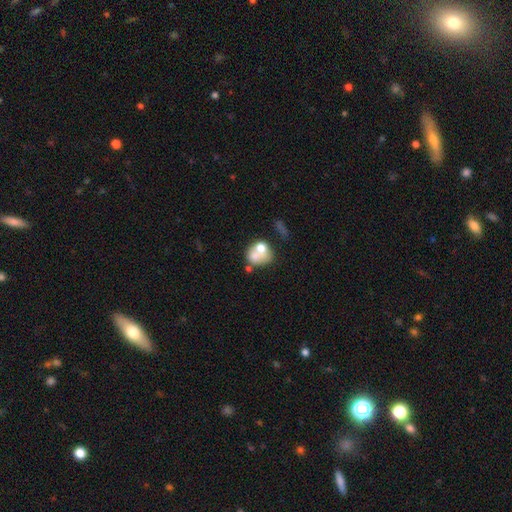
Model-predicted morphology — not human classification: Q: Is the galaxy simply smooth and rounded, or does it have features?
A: smooth — 62%.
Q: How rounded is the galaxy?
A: round — 64%.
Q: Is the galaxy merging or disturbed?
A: merger — 45%.